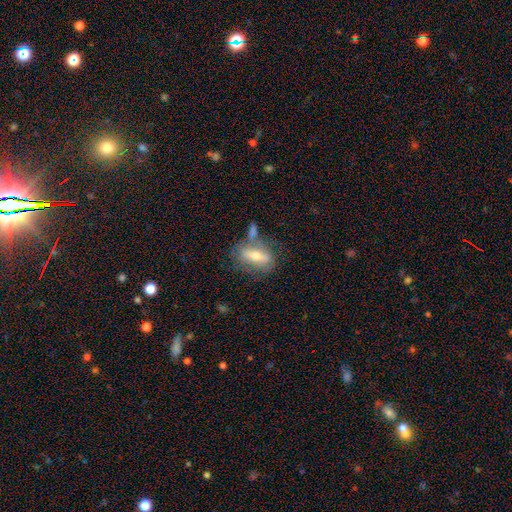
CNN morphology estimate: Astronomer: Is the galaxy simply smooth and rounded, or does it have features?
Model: smooth — 49% (runner-up: featured or disk, 42%).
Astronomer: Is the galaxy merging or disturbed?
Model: none — 54%.